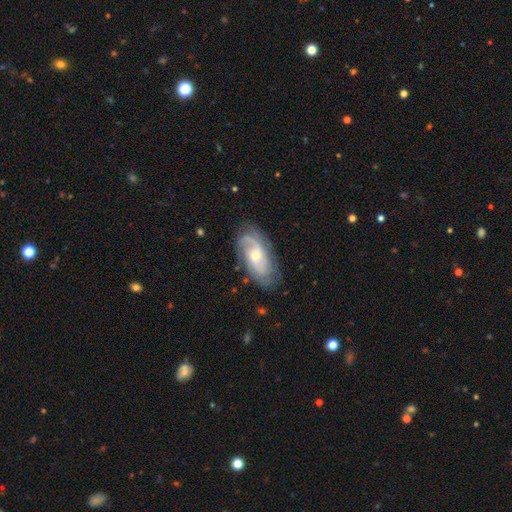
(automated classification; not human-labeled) Overall: featured or disk (80%). Edge-on disk: no (94%). Bar: no (65%; weak 29%). Spiral arms: yes (93%). Spiral arm count: 2 (47%; can't tell 24%). Spiral winding: tight (42%; medium 40%). Bulge size: moderate (51%; small 46%). Merging: none (75%).